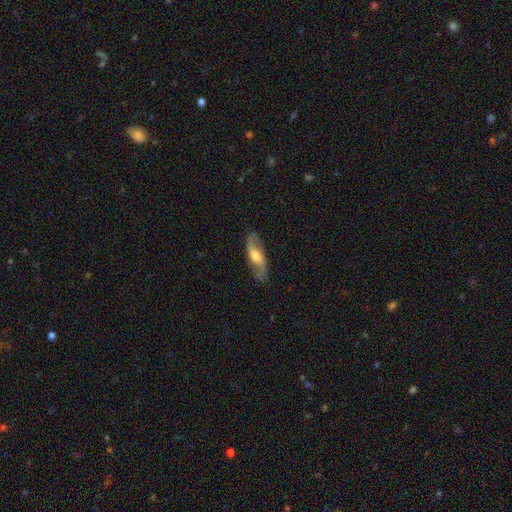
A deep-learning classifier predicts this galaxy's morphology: smooth-or-featured: featured or disk: 65% | smooth: 29% | star or artifact: 6%
  disk-edge-on: no: 76% | yes: 24%
  merging: none: 81% | minor disturbance: 13% | major disturbance: 4% | merger: 1%